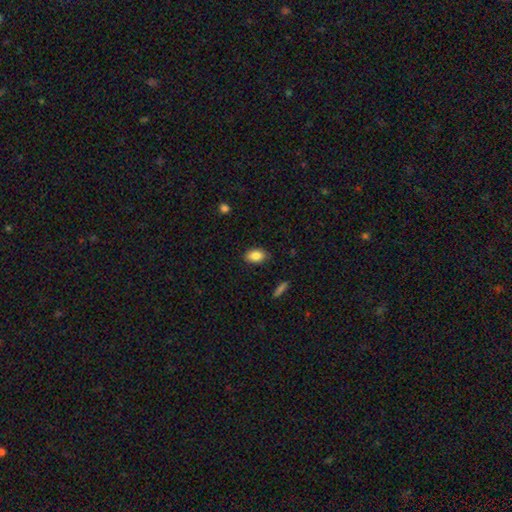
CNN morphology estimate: Smooth or featured: smooth — 86% (star or artifact — 8%)
How rounded: in between — 90% (round — 8%)
Merging: none — 86% (minor disturbance — 10%)